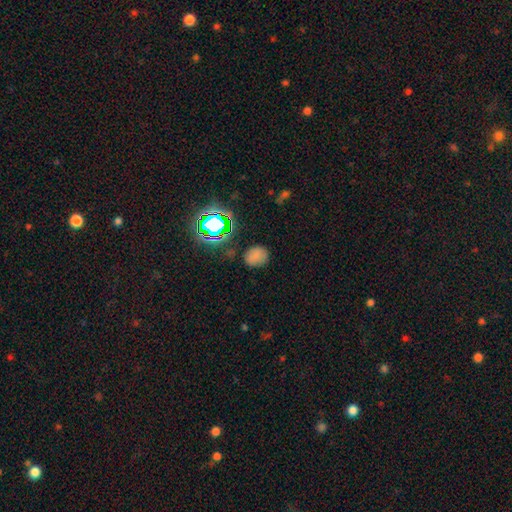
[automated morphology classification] This appears to be a smooth galaxy with no disk features (71%) that is round (53%). Merging: none (78%).